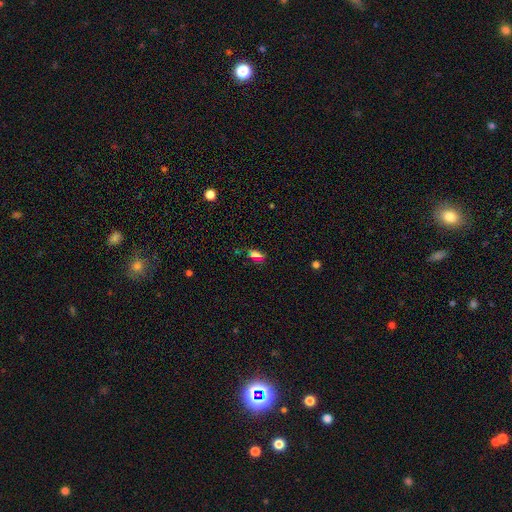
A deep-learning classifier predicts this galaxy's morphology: Smooth or featured?
  - smooth: 60% *
  - star or artifact: 28%
  - featured or disk: 12%
How rounded?
  - in between: 71% *
  - round: 15%
  - cigar-shaped: 14%
Merging?
  - none: 73% *
  - minor disturbance: 16%
  - major disturbance: 6%
  - merger: 4%